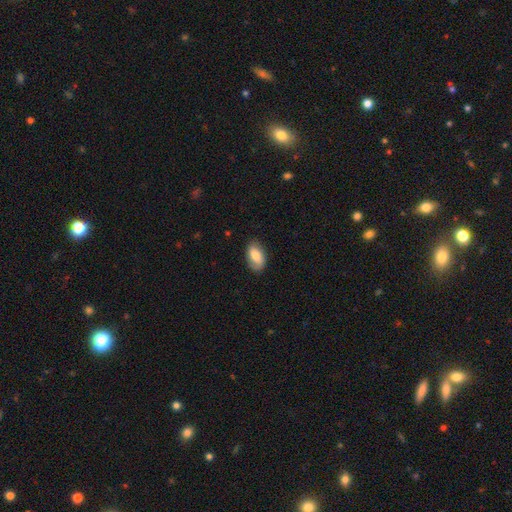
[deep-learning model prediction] This is likely a smooth galaxy (73%). How rounded: clearly in between (92%). Merging: likely none (78%).